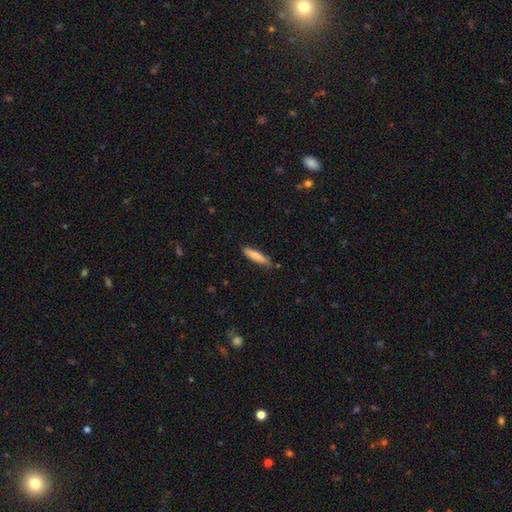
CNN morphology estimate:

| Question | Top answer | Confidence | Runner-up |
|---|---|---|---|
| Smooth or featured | smooth | 80% | featured or disk (14%) |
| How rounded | cigar-shaped | 81% | in between (18%) |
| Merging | none | 77% | minor disturbance (19%) |